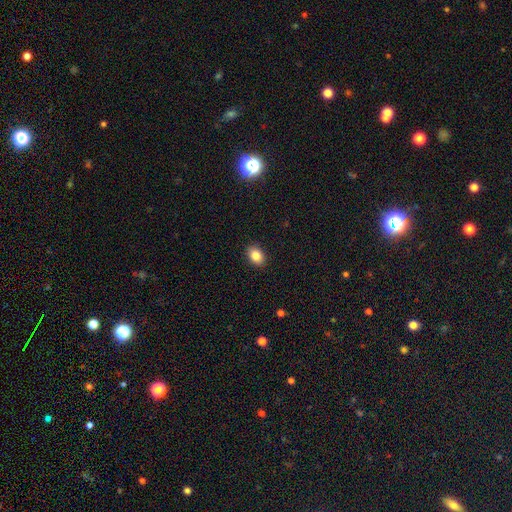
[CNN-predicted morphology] This appears to be a smooth galaxy with no disk features (84%) that is in between round and cigar-shaped (74%). Merging: none (90%).